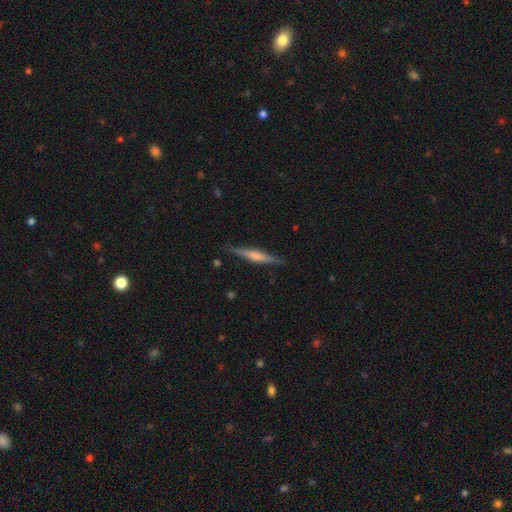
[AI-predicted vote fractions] This appears to be a featured or disk galaxy (56%) viewed edge-on (97%) with a rounded central bulge (52%). Merging: none (85%).